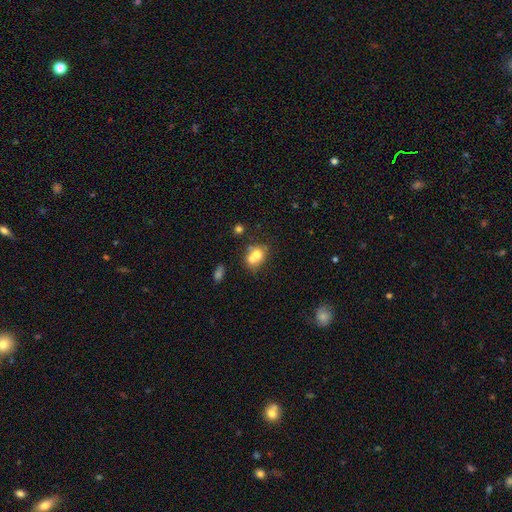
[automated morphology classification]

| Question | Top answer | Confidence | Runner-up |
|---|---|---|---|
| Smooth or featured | smooth | 67% | featured or disk (22%) |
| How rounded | round | 61% | in between (38%) |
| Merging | merger | 58% | none (29%) |